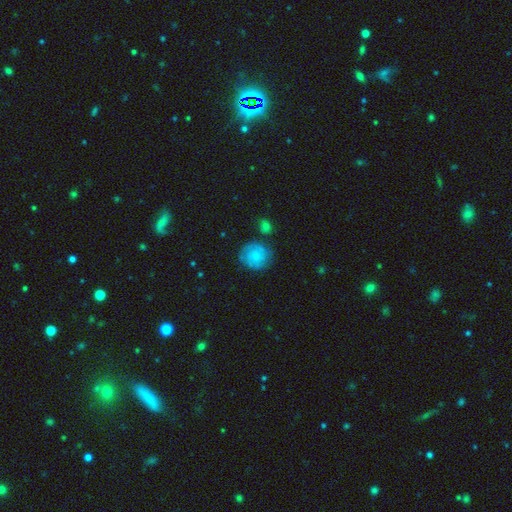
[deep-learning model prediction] Smooth or featured: smooth — 69% (featured or disk — 23%)
How rounded: round — 84% (in between — 15%)
Merging: none — 71% (minor disturbance — 18%)